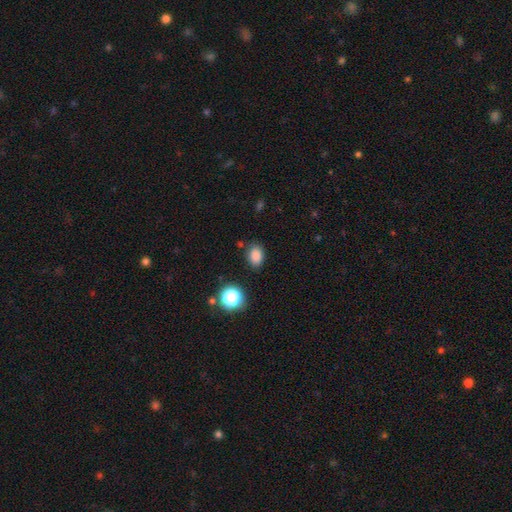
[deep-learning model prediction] Smooth or featured? Predicted: smooth (p=0.83). How rounded? Predicted: in between (p=0.74). Merging? Predicted: none (p=0.81).